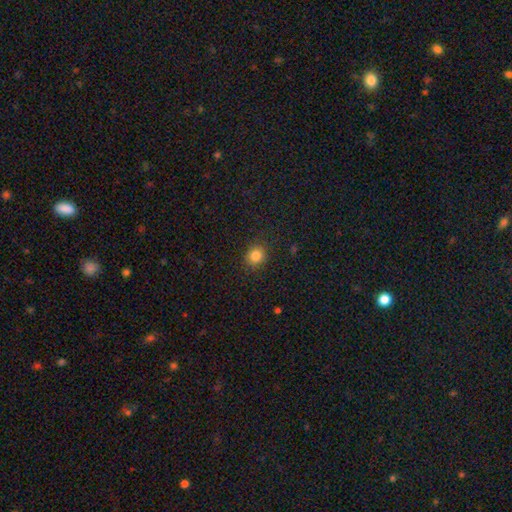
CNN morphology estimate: This is clearly a smooth galaxy (84%). How rounded: clearly round (81%). Merging: clearly none (88%).